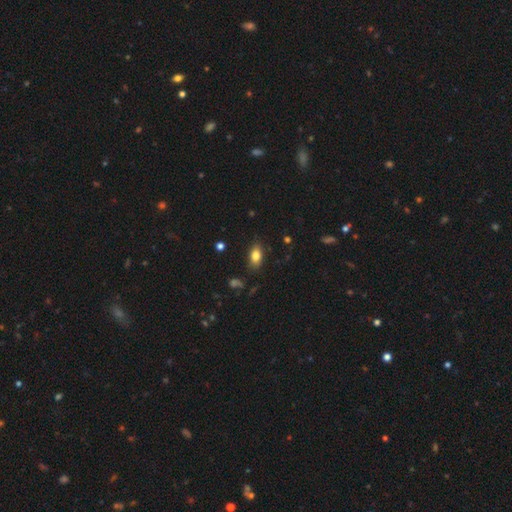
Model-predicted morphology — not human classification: Q: Smooth or featured?
A: smooth (82%); runner-up: star or artifact (9%)
Q: How rounded?
A: in between (88%); runner-up: round (8%)
Q: Merging?
A: none (83%); runner-up: minor disturbance (13%)